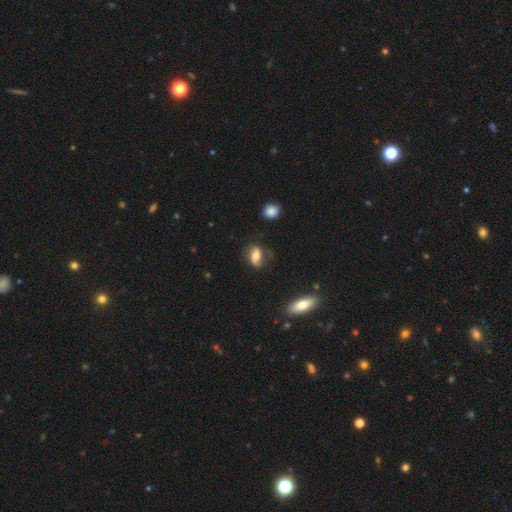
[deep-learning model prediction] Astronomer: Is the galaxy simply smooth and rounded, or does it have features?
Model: smooth — 58% (runner-up: featured or disk, 34%).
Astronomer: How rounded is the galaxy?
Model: in between — 79%.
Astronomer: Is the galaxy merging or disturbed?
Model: none — 66%.